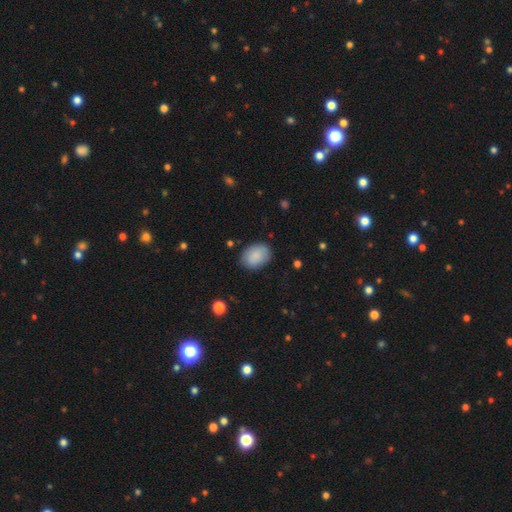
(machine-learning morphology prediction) type=smooth (88%); roundness=in between (77%); merging=none (84%).